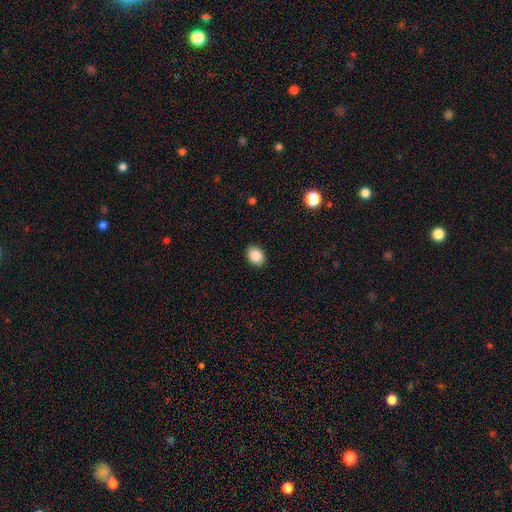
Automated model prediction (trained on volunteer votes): Smooth or featured: smooth — 86% (star or artifact — 8%)
How rounded: in between — 66% (round — 33%)
Merging: none — 89% (minor disturbance — 8%)